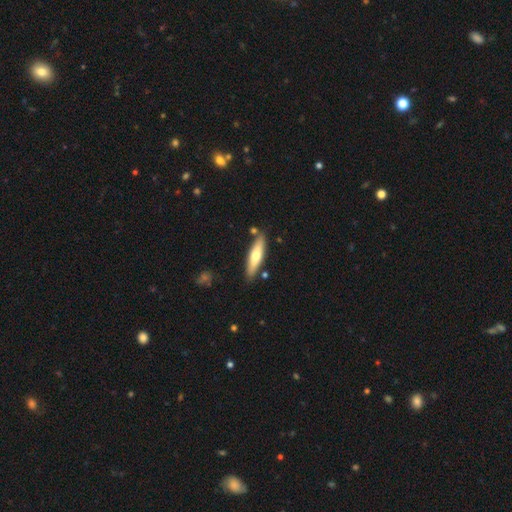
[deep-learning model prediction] smooth 59%, featured or disk 36%, star or artifact 5%. Down the decision tree: how rounded — cigar-shaped (73%); merging — none (82%).